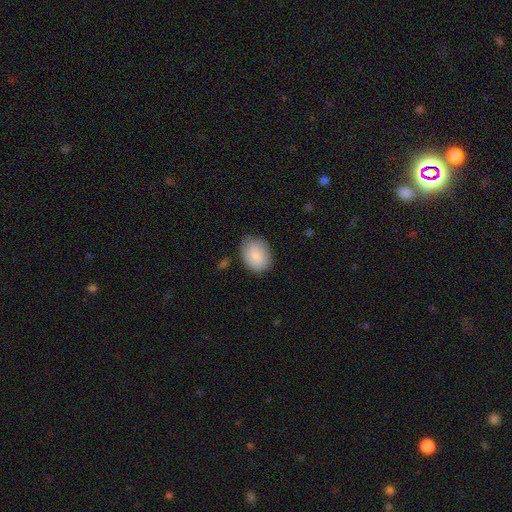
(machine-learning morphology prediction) Smooth or featured?
  - smooth: 87% *
  - featured or disk: 6%
  - star or artifact: 6%
How rounded?
  - in between: 74% *
  - round: 25%
  - cigar-shaped: 1%
Merging?
  - none: 76% *
  - minor disturbance: 18%
  - major disturbance: 4%
  - merger: 2%